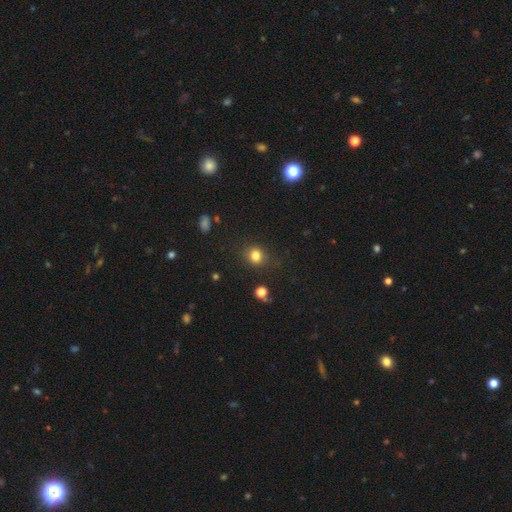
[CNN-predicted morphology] A smooth galaxy with no disk features (81%) that is round (80%).

Vote fractions:
- Smooth or featured? smooth: 81% / star or artifact: 13% / featured or disk: 6%
- How rounded? round: 80% / in between: 19% / cigar-shaped: 1%
- Merging? none: 86% / minor disturbance: 9% / major disturbance: 3% / merger: 2%